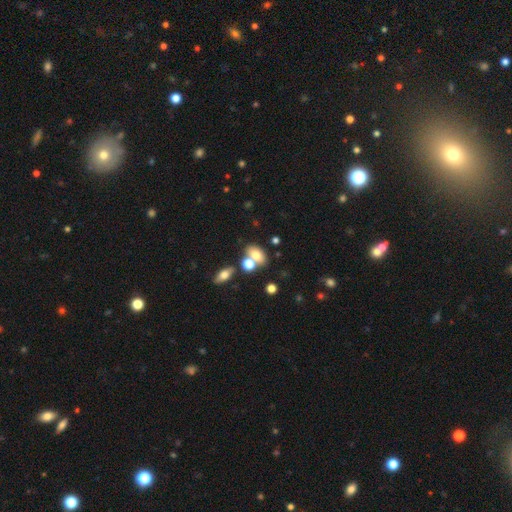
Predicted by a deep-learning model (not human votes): smooth 71%, featured or disk 17%, star or artifact 11%. Down the decision tree: how rounded — in between (77%); merging — none (47%).